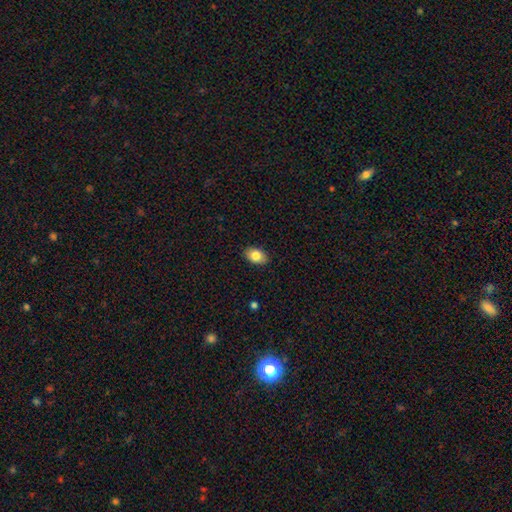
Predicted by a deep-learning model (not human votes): Overall: smooth (83%). How rounded: in between (85%). Merging: none (88%).